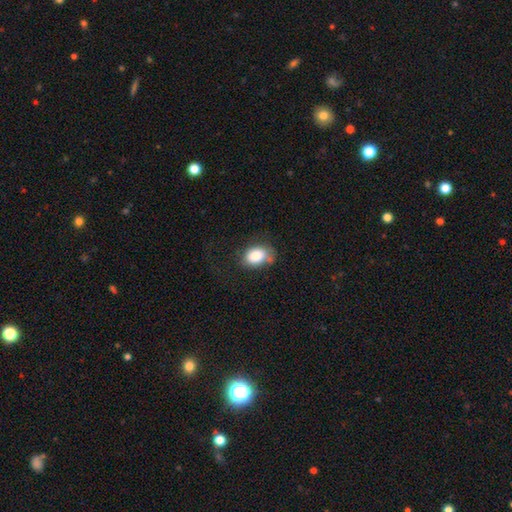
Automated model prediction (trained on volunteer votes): The model was most divided on "merging": none: 59%, minor disturbance: 26%, major disturbance: 10%, merger: 4%. More confident: smooth or featured — smooth (83%); how rounded — in between (76%).